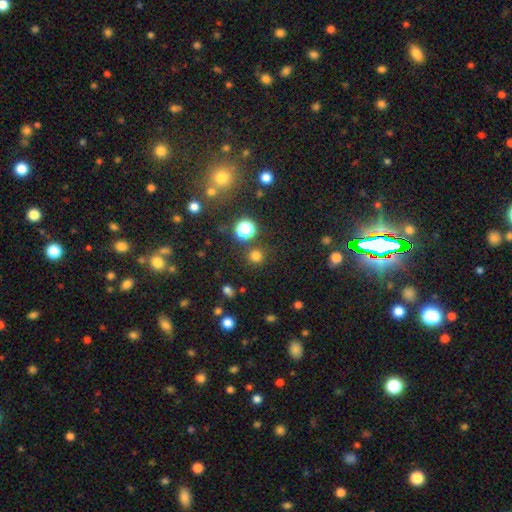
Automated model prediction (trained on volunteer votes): A smooth galaxy with no disk features (73%) that is round (93%).

Vote fractions:
- Smooth or featured? smooth: 73% / star or artifact: 22% / featured or disk: 5%
- How rounded? round: 93% / in between: 6% / cigar-shaped: 1%
- Merging? none: 86% / minor disturbance: 7% / merger: 4% / major disturbance: 3%